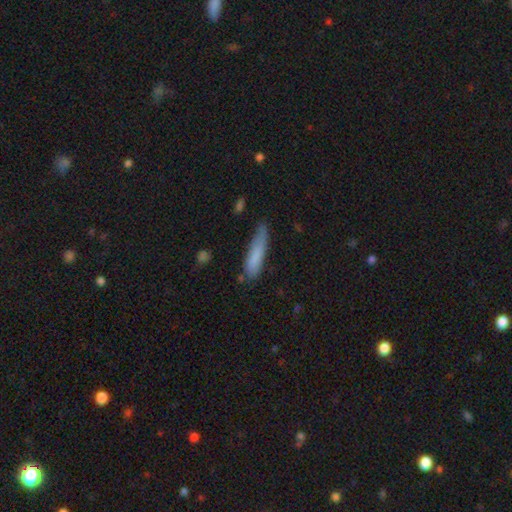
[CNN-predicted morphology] This is likely a smooth galaxy (80%). How rounded: likely cigar-shaped (79%). Merging: possibly none (57%).